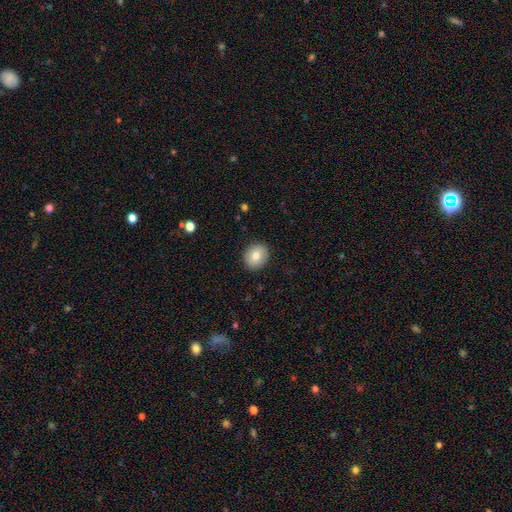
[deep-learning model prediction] Smooth or featured? Predicted: smooth (p=0.81). How rounded? Predicted: round (p=0.70). Merging? Predicted: none (p=0.90).